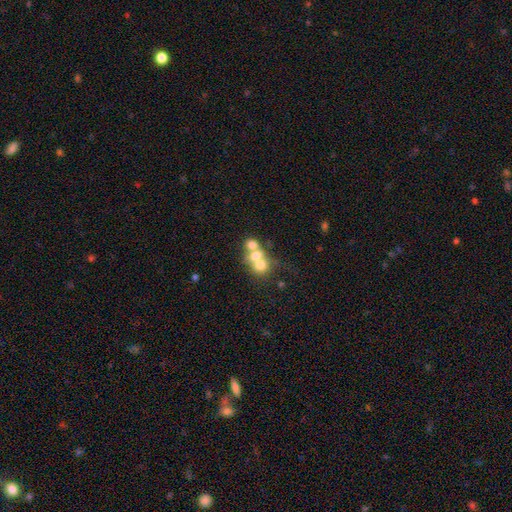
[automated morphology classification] This is likely a smooth galaxy (62%). How rounded: likely round (70%). Merging: likely merger (68%).